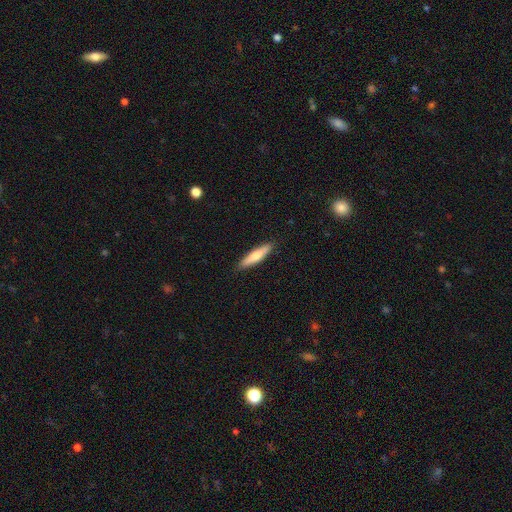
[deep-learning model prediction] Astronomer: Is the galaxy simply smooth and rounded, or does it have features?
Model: smooth — 69%.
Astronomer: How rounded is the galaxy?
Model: cigar-shaped — 79%.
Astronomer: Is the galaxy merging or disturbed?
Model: none — 89%.